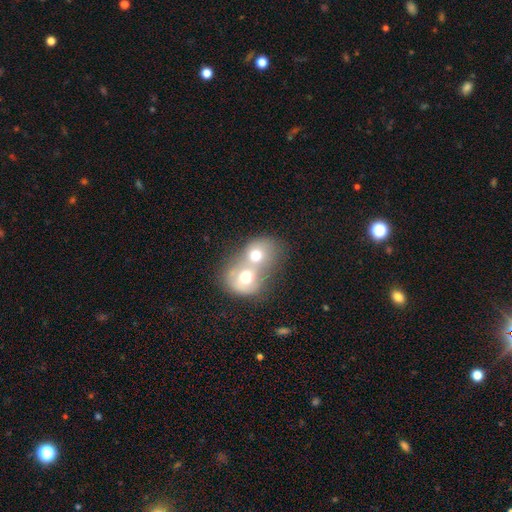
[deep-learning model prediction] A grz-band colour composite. It shows a smooth galaxy with no disk features (63%) that is round (61%). Merging: merger (78%).